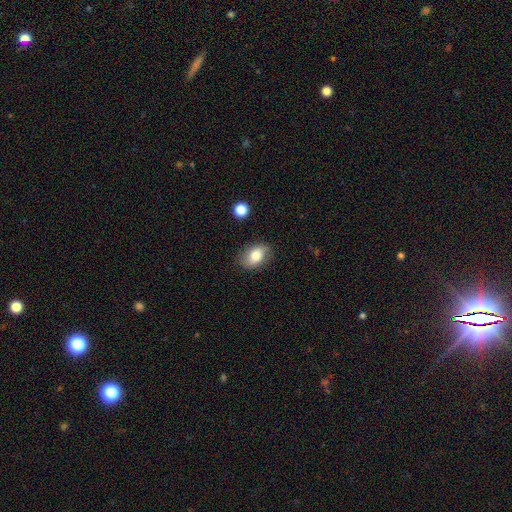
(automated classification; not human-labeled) Morphology: type=smooth (78%); roundness=in between (85%); merging=none (80%).